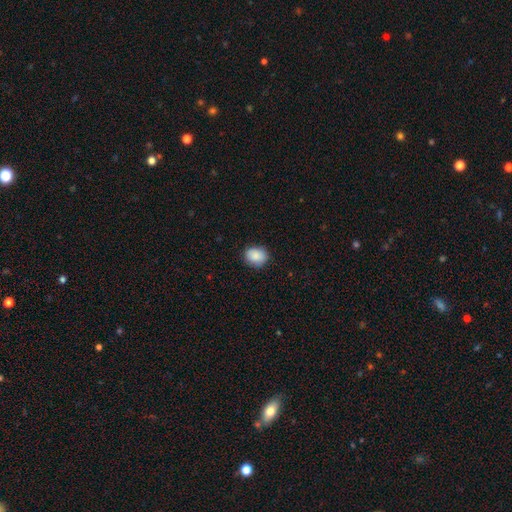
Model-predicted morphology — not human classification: The model was most divided on "how rounded": round: 54%, in between: 45%, cigar-shaped: 1%. More confident: smooth or featured — smooth (88%); merging — none (84%).